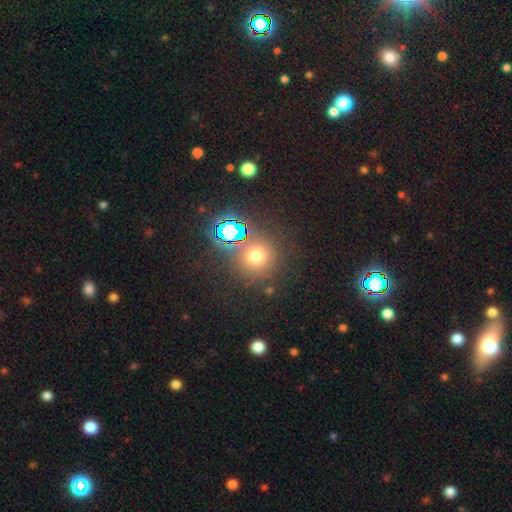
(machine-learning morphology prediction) A smooth galaxy with no disk features (61%) that is round (92%).

Vote fractions:
- Smooth or featured? smooth: 61% / star or artifact: 31% / featured or disk: 9%
- How rounded? round: 92% / in between: 7% / cigar-shaped: 1%
- Merging? none: 80% / minor disturbance: 8% / merger: 7% / major disturbance: 4%